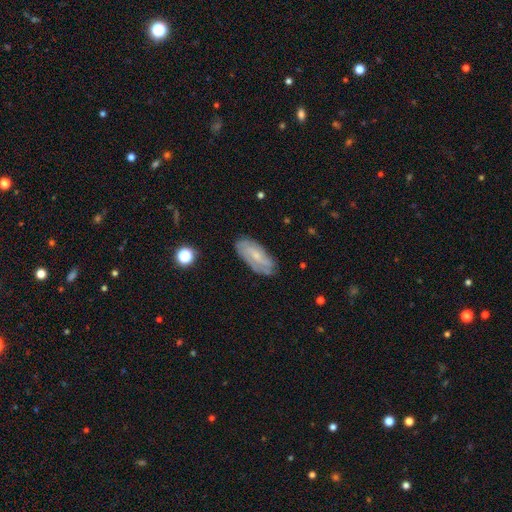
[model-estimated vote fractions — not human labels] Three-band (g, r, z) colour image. It shows a featured or disk galaxy (63%) with no bar (50%), spiral arms (86%) and a small central bulge (65%). Merging: none (77%).